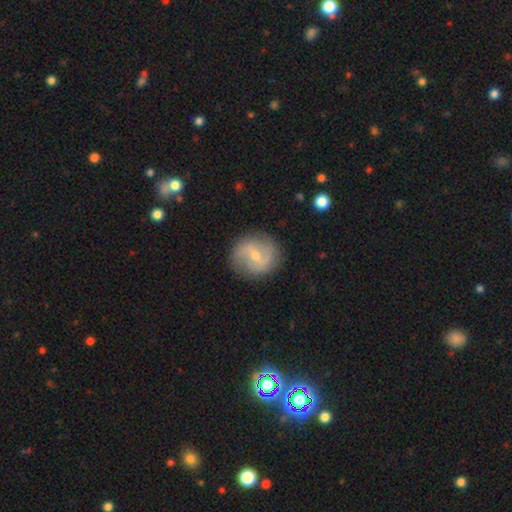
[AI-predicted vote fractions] Smooth or featured? featured or disk (70%)
Edge-on disk? no (97%)
Bar? weak (55%)
Spiral arms? yes (85%)
Spiral winding? medium (44%)
Spiral arm count? 2 (82%)
Bulge size? small (58%)
Merging? none (84%)